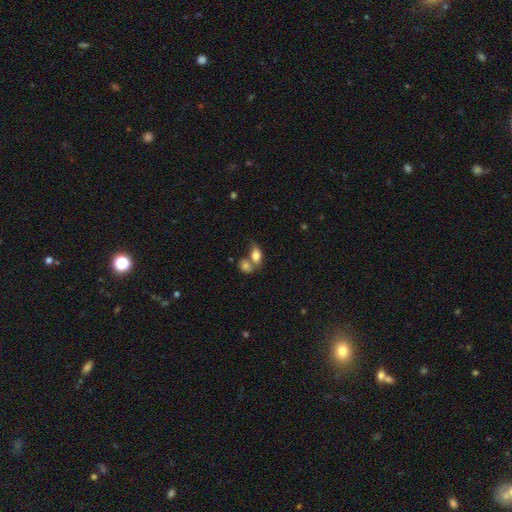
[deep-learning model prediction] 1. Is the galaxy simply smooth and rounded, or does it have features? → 78% smooth, 14% featured or disk, 8% star or artifact.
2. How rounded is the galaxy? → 83% in between, 13% round, 4% cigar-shaped.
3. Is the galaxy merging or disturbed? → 52% merger, 29% none, 12% minor disturbance, 7% major disturbance.